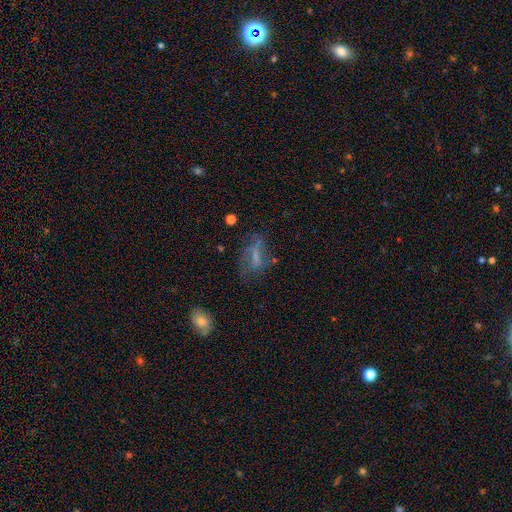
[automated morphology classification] Smooth or featured: featured or disk — 43% (smooth — 42%)
Merging: none — 48% (major disturbance — 25%)